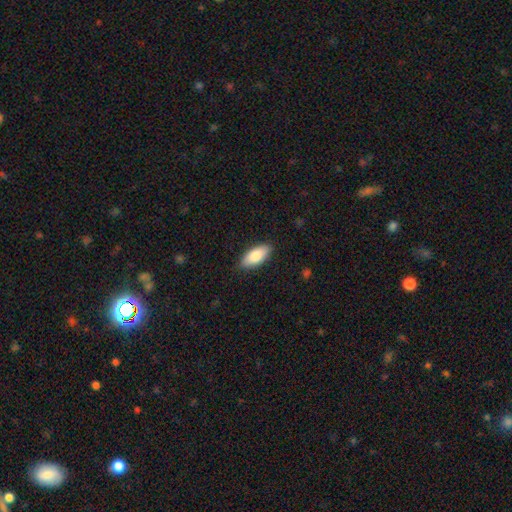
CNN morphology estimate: type=smooth (81%); roundness=in between (86%); merging=none (88%).